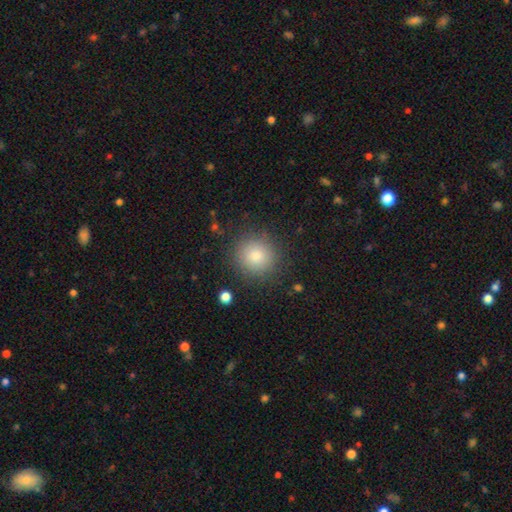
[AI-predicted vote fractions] This is clearly a smooth galaxy (82%). How rounded: clearly round (93%). Merging: clearly none (89%).